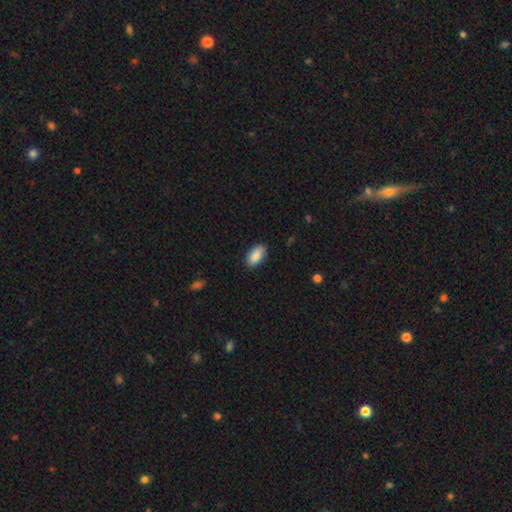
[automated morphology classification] type=smooth (90%); roundness=in between (94%); merging=none (87%).